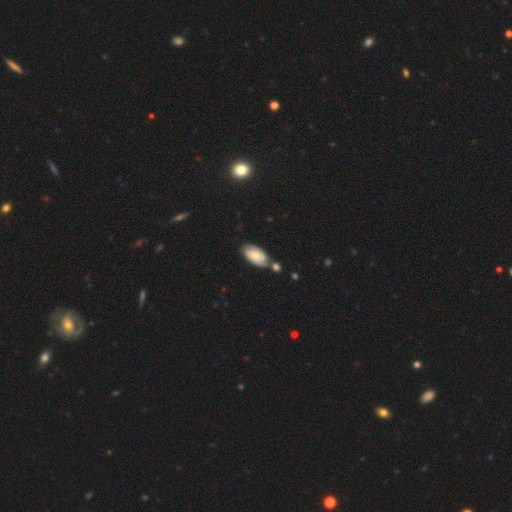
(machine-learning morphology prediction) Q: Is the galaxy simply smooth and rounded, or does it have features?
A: smooth — 55%.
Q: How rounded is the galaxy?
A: in between — 92%.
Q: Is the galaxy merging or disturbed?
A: none — 60%.